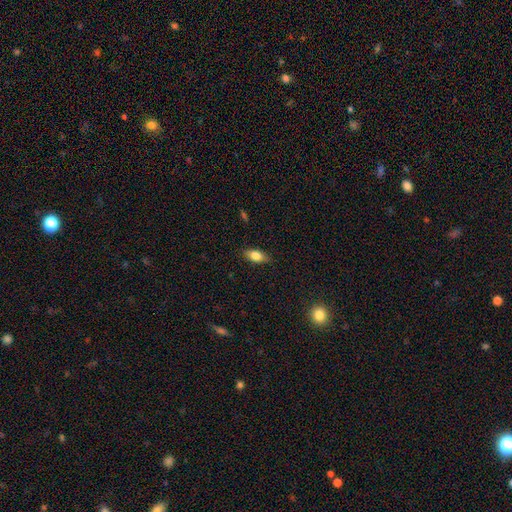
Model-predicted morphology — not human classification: Smooth or featured: smooth — 78% (featured or disk — 14%)
How rounded: in between — 84% (cigar-shaped — 10%)
Merging: none — 84% (minor disturbance — 13%)